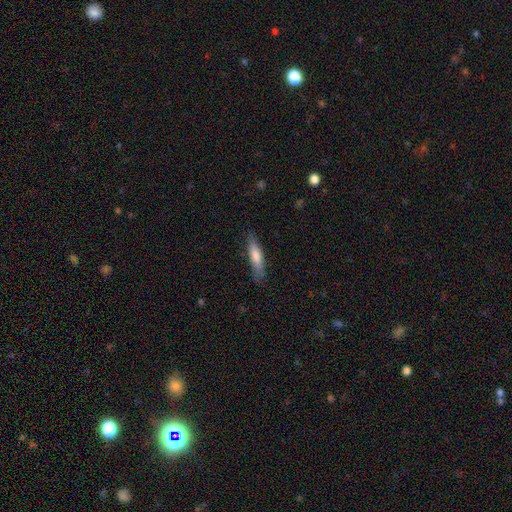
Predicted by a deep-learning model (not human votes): Smooth or featured? smooth (71%)
How rounded? cigar-shaped (76%)
Merging? none (81%)